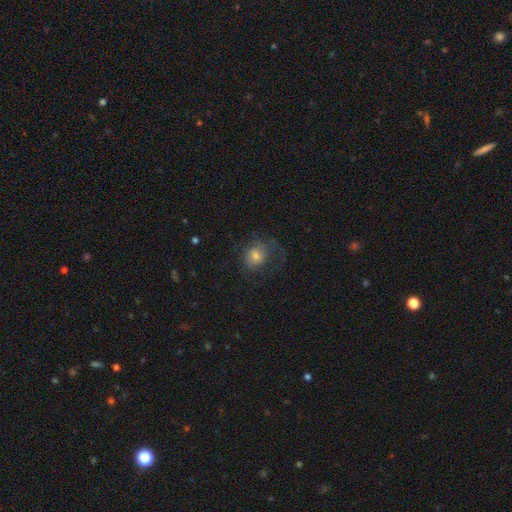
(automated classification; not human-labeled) A smooth galaxy with no disk features (65%) that is round (68%).

Vote fractions:
- Smooth or featured? smooth: 65% / featured or disk: 23% / star or artifact: 13%
- How rounded? round: 68% / in between: 31% / cigar-shaped: 1%
- Merging? none: 52% / major disturbance: 27% / minor disturbance: 20% / merger: 1%